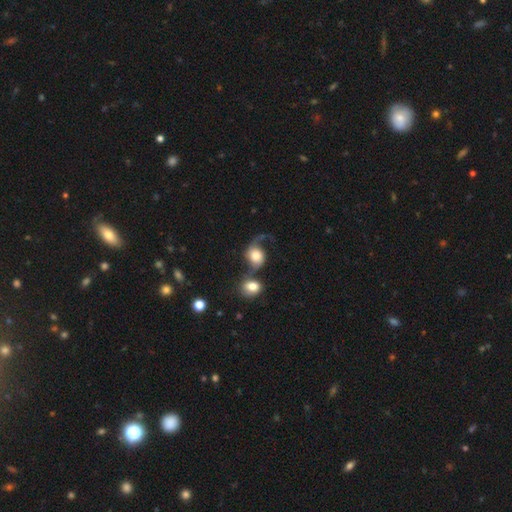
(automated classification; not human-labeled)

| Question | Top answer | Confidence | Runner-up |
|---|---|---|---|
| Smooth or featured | smooth | 47% | featured or disk (45%) |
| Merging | merger | 29% | major disturbance (28%) |